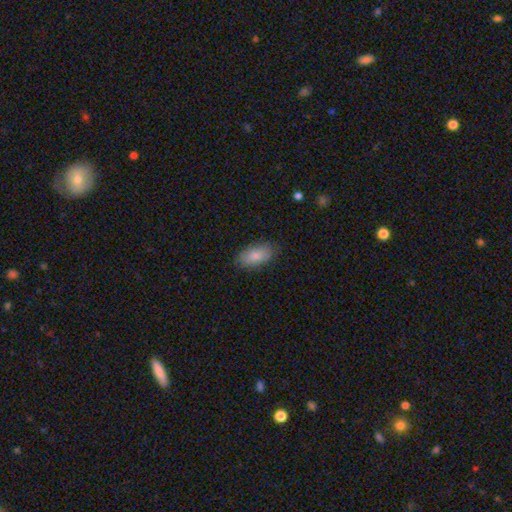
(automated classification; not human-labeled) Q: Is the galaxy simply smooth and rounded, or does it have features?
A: smooth — 84%.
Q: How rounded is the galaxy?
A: in between — 92%.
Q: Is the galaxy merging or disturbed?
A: none — 81%.